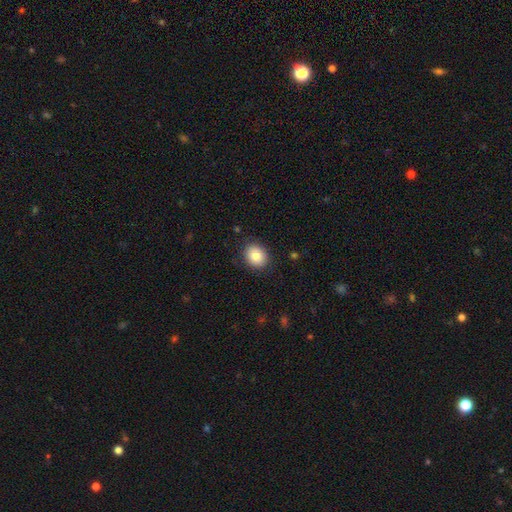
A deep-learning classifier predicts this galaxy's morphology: The model was most divided on "how rounded": round: 54%, in between: 45%, cigar-shaped: 1%. More confident: merging — none (86%); smooth or featured — smooth (85%).